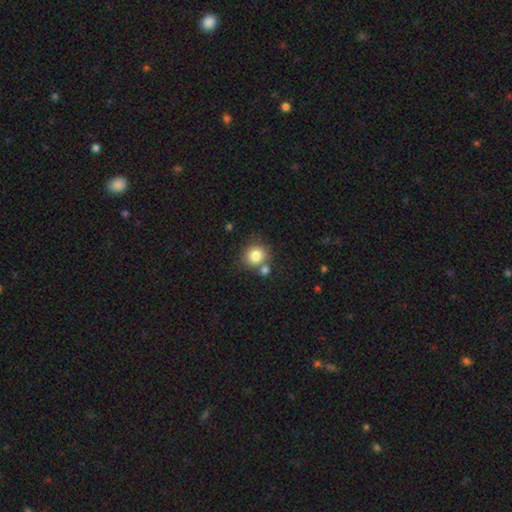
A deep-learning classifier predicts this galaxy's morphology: type=smooth (82%); roundness=round (87%); merging=none (64%).